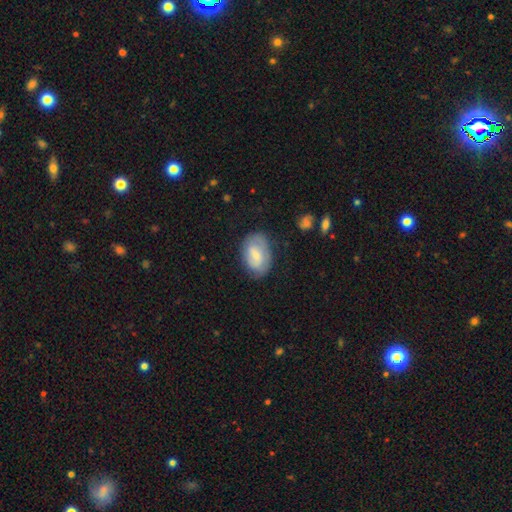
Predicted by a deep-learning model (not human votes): smooth_or_featured: smooth (p=0.61) [alt: featured or disk p=0.32]
how_rounded: in between (p=0.88) [alt: round p=0.11]
merging: none (p=0.69) [alt: minor disturbance p=0.23]